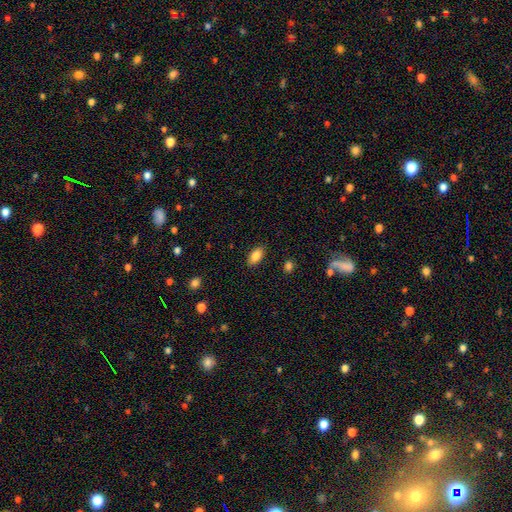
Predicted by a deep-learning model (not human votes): A smooth galaxy with no disk features (86%) that is in between round and cigar-shaped (91%).

Vote fractions:
- Smooth or featured? smooth: 86% / star or artifact: 8% / featured or disk: 6%
- How rounded? in between: 91% / cigar-shaped: 4% / round: 4%
- Merging? none: 88% / minor disturbance: 9% / major disturbance: 2% / merger: 1%